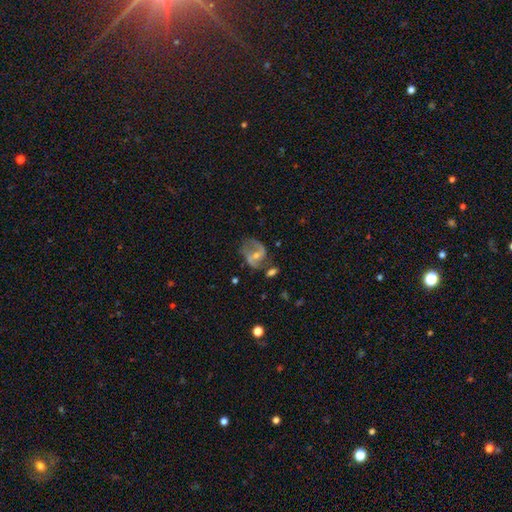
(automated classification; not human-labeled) Smooth or featured: featured or disk — 73% (smooth — 19%)
Edge-on disk: no — 97% (yes — 3%)
Bar: weak — 42% (no — 39%)
Spiral arms: yes — 85% (no — 15%)
Spiral winding: loose — 48% (medium — 40%)
Spiral arm count: 2 — 79% (1 — 9%)
Bulge size: small — 51% (moderate — 42%)
Merging: none — 45% (minor disturbance — 24%)